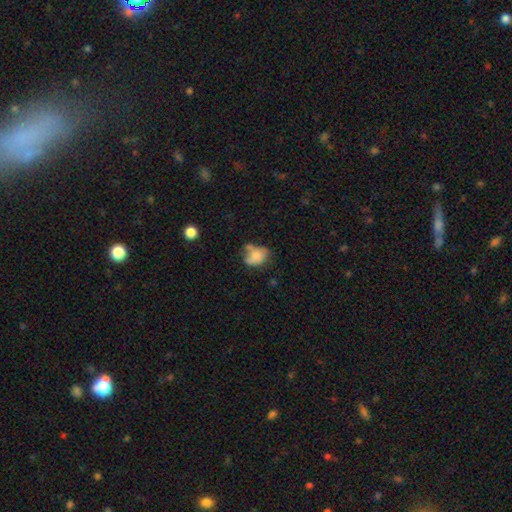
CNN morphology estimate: This is likely a smooth galaxy (71%). How rounded: likely in between (66%). Merging: marginally none (34%).